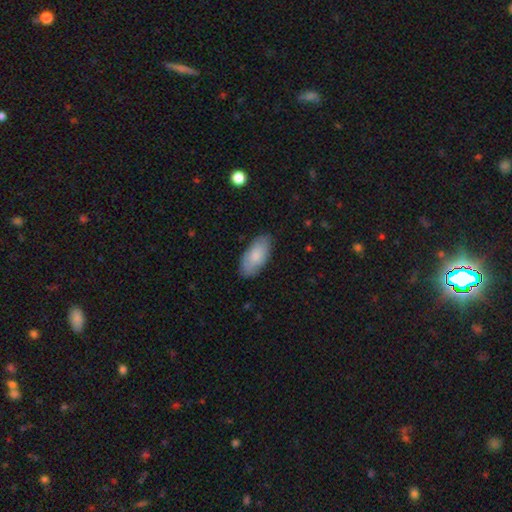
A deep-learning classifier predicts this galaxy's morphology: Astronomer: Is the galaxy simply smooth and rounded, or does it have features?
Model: smooth — 82%.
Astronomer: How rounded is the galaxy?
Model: in between — 92%.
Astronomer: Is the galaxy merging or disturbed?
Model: none — 83%.